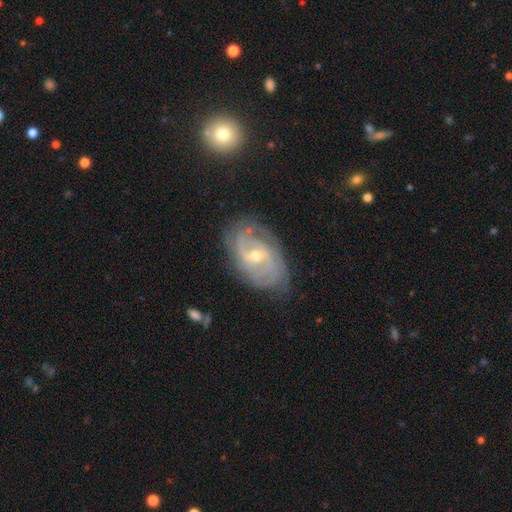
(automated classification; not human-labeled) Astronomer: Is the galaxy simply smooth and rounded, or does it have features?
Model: featured or disk — 86%.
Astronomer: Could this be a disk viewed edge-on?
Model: no — 96%.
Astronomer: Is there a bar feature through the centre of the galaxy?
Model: weak — 46% (runner-up: no, 41%).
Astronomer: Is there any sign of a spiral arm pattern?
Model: yes — 95%.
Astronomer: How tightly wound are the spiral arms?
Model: tight — 61%.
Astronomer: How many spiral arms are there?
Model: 2 — 35% (runner-up: can't tell, 29%).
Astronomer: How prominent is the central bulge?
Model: moderate — 50% (runner-up: small, 48%).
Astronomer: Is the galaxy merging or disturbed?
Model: none — 74%.